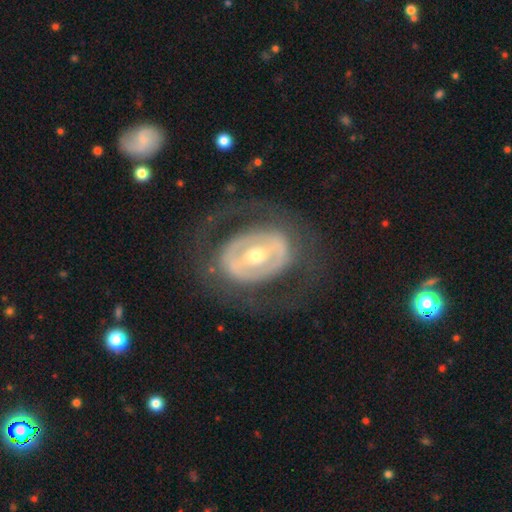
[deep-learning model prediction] This is likely a featured or disk galaxy (74%). It is clearly not viewed edge-on (94%). Bar: marginally strong (42%). Spiral arm pattern: likely no (70%). Central bulge: likely moderate (62%). Merging: likely none (69%).